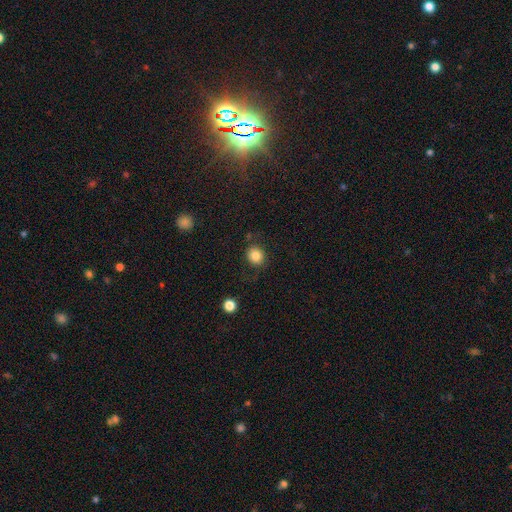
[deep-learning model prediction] A smooth galaxy with no disk features (83%) that is round (82%). Merging: none (79%).